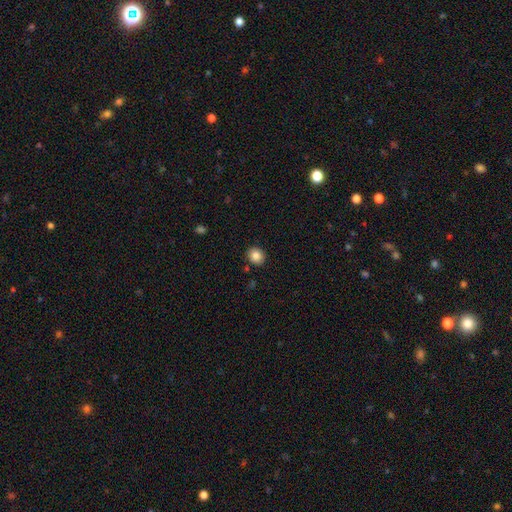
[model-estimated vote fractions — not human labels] A smooth galaxy with no disk features (85%) that is round (76%).

Vote fractions:
- Smooth or featured? smooth: 85% / star or artifact: 10% / featured or disk: 6%
- How rounded? round: 76% / in between: 23% / cigar-shaped: 1%
- Merging? none: 89% / minor disturbance: 7% / merger: 2% / major disturbance: 2%